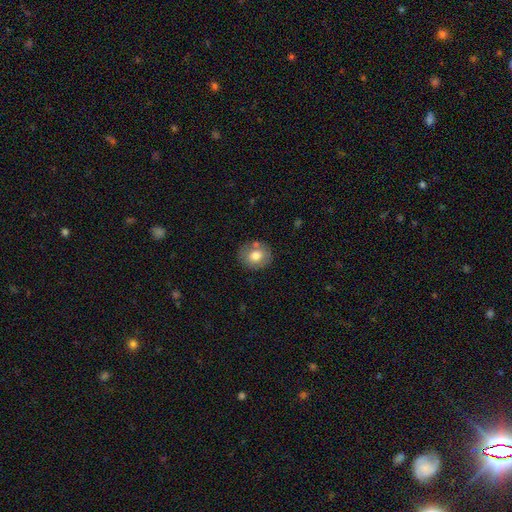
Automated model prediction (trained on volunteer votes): smooth_or_featured: smooth (p=0.74) [alt: featured or disk p=0.18]
how_rounded: round (p=0.72) [alt: in between p=0.27]
merging: none (p=0.74) [alt: minor disturbance p=0.14]